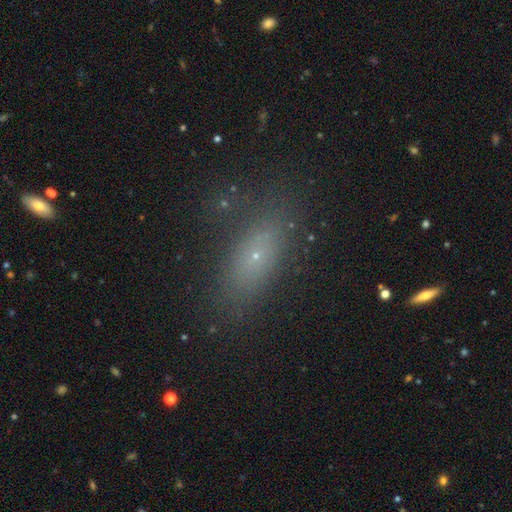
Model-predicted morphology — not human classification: This is likely a smooth galaxy (61%). How rounded: likely in between (67%). Merging: clearly none (81%).